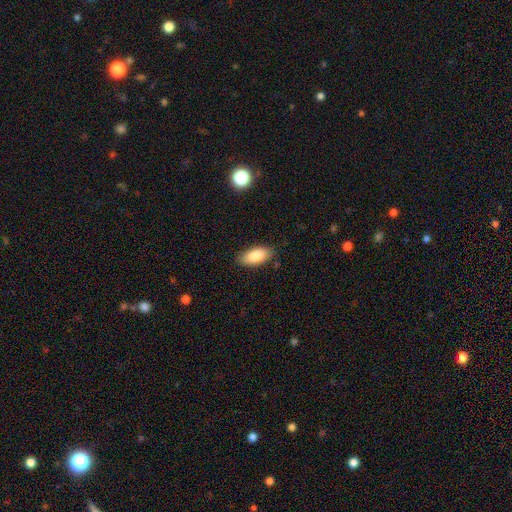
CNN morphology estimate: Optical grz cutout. It shows a smooth galaxy with no disk features (87%) that is in between round and cigar-shaped (91%). Merging: none (85%).